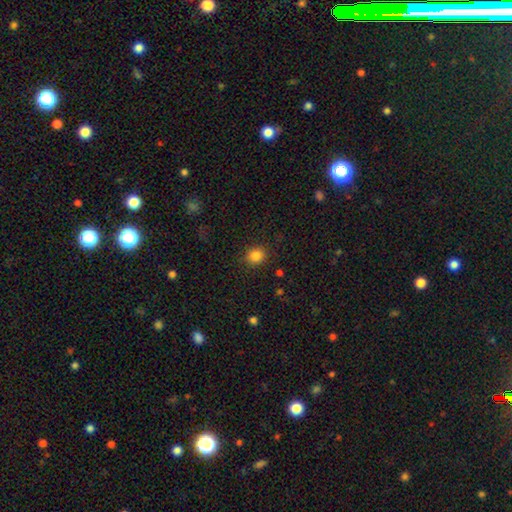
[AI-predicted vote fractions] This appears to be a smooth galaxy with no disk features (84%) that is round (77%). Merging: none (90%).